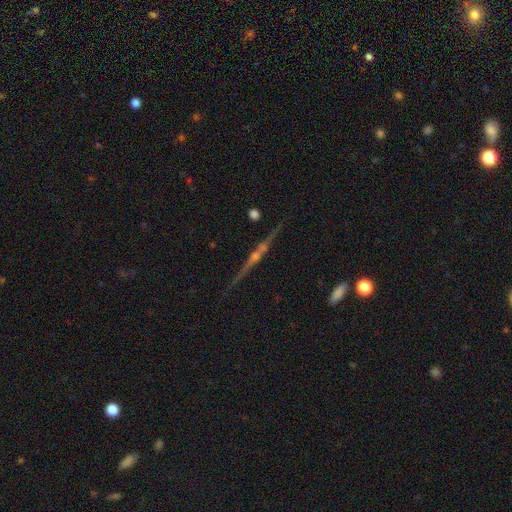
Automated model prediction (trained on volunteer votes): The model was most divided on "smooth or featured": featured or disk: 81%, star or artifact: 10%, smooth: 9%. More confident: edge-on disk — yes (97%); merging — none (84%); edge-on bulge — rounded (82%).